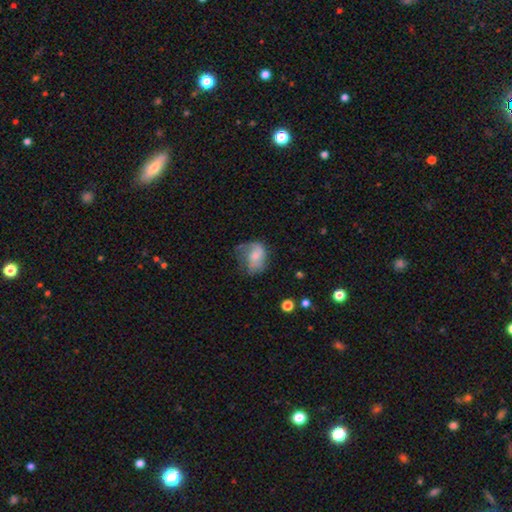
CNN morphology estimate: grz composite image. It shows a smooth galaxy with no disk features (51%) that is in between round and cigar-shaped (67%). Merging: major disturbance (34%).